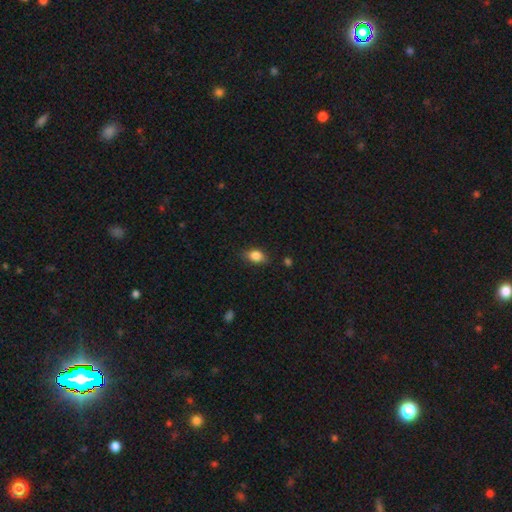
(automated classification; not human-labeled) Morphology: type=smooth (84%); roundness=in between (77%); merging=none (78%).